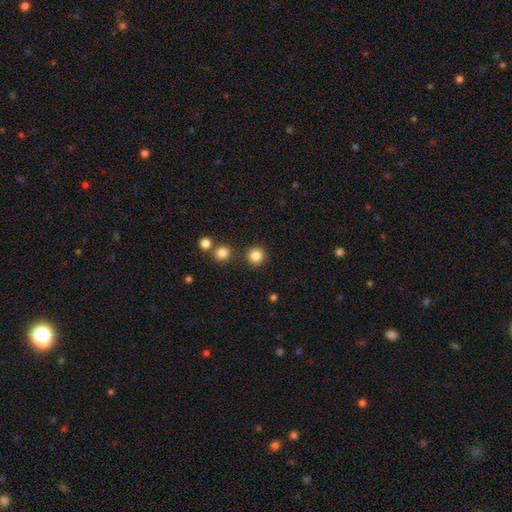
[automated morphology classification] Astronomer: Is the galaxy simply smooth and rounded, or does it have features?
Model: smooth — 84%.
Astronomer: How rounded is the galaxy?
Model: round — 94%.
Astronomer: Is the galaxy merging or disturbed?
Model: none — 87%.